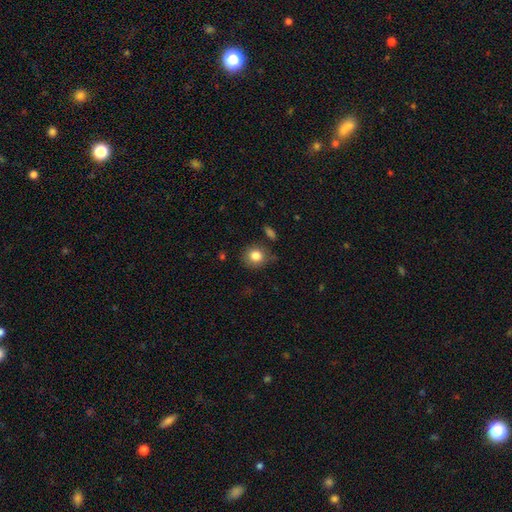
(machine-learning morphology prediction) Smooth or featured? Predicted: smooth (p=0.83). How rounded? Predicted: round (p=0.80). Merging? Predicted: none (p=0.75).